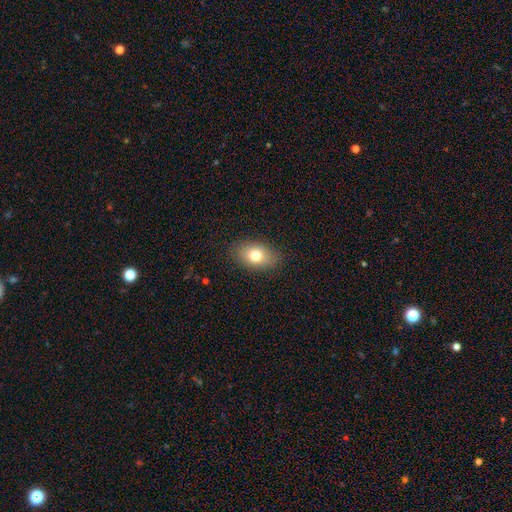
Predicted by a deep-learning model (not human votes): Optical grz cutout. It shows a smooth galaxy with no disk features (76%) that is in between round and cigar-shaped (85%). Merging: none (85%).